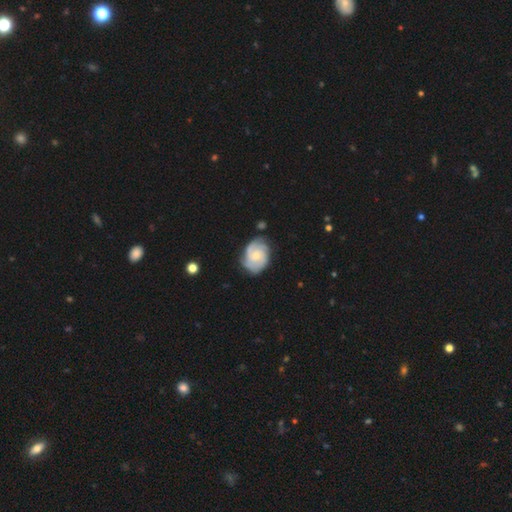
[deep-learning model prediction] Smooth or featured? Predicted: featured or disk (p=0.81). Edge-on disk? Predicted: no (p=0.98). Bar? Predicted: no (p=0.68). Spiral arms? Predicted: yes (p=0.96). Spiral winding? Predicted: tight (p=0.60). Spiral arm count? Predicted: 3 (p=0.37). Bulge size? Predicted: small (p=0.56). Merging? Predicted: none (p=0.74).